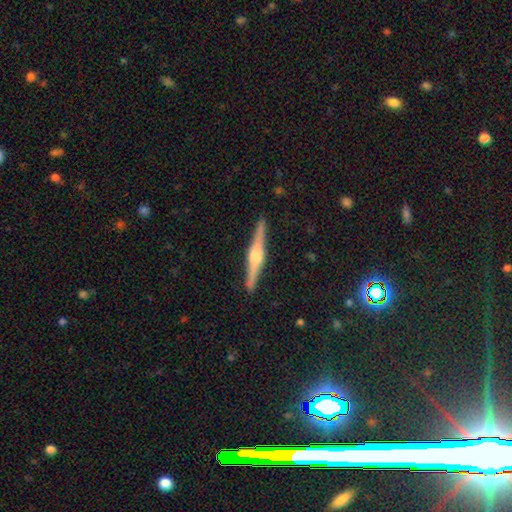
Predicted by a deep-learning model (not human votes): smooth-or-featured: featured or disk: 82% | smooth: 13% | star or artifact: 5%
  disk-edge-on: yes: 98% | no: 2%
    edge-on-bulge: rounded: 84% | boxy: 13% | none: 3%
  merging: none: 92% | minor disturbance: 6% | major disturbance: 1% | merger: 1%